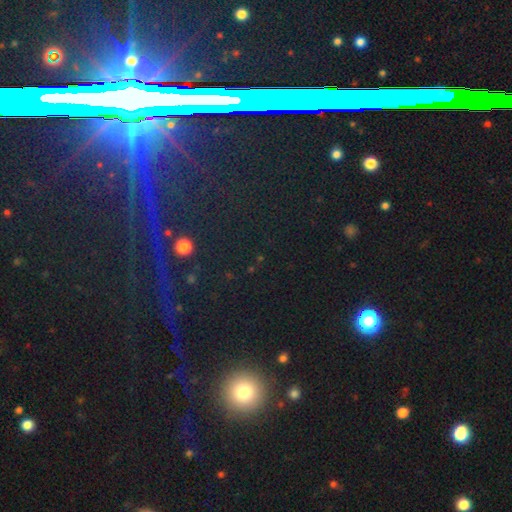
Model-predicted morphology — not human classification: A star or artifact, not a galaxy (57%).